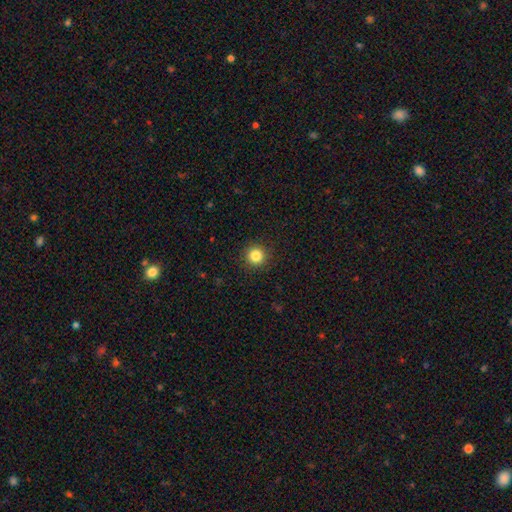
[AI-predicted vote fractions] smooth 84%, star or artifact 11%, featured or disk 4%. Down the decision tree: how rounded — round (95%); merging — none (92%).